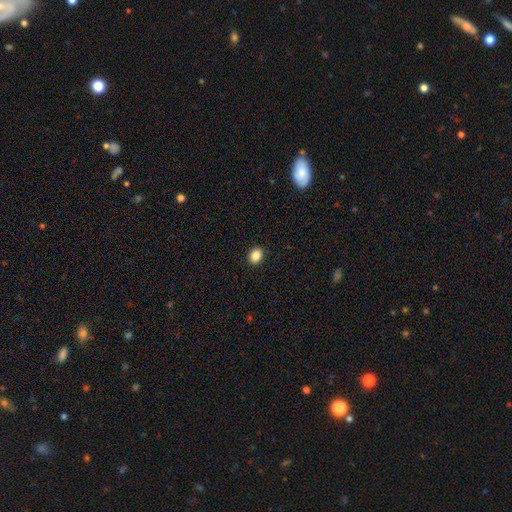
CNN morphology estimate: Q: Smooth or featured?
A: smooth (86%); runner-up: star or artifact (10%)
Q: How rounded?
A: round (51%); runner-up: in between (48%)
Q: Merging?
A: none (92%); runner-up: minor disturbance (6%)